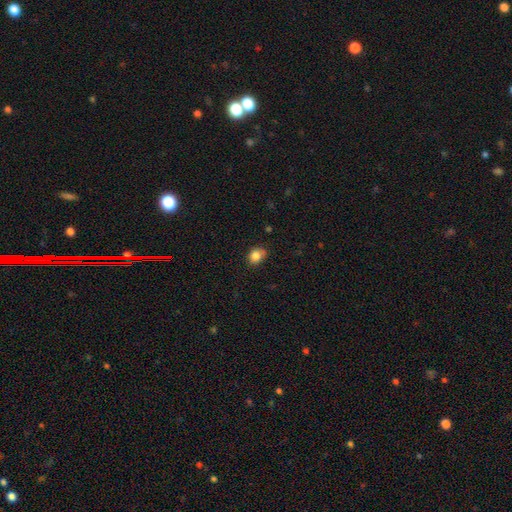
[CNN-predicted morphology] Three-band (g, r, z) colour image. It shows a smooth galaxy with no disk features (84%) that is round (51%). Merging: none (65%).